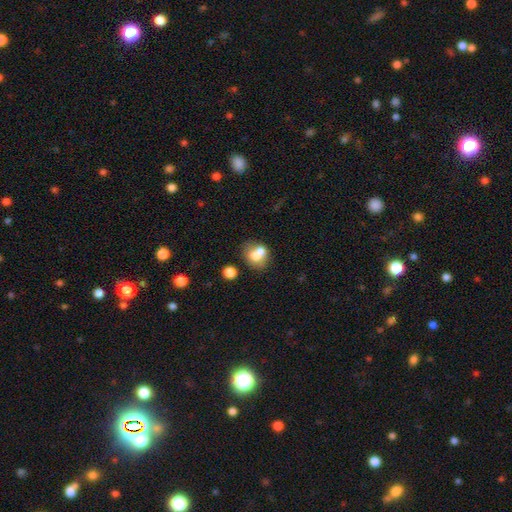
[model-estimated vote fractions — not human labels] smooth_or_featured: smooth (p=0.67) [alt: featured or disk p=0.22]
how_rounded: round (p=0.61) [alt: in between p=0.38]
merging: merger (p=0.51) [alt: none p=0.34]